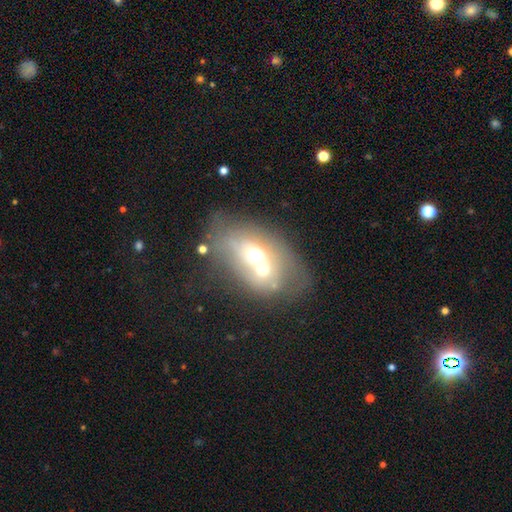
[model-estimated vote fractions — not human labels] smooth_or_featured: smooth (p=0.45) [alt: featured or disk p=0.42]
merging: merger (p=0.61) [alt: none p=0.20]